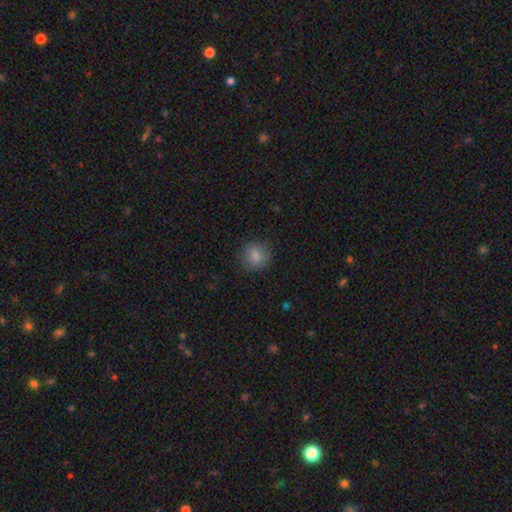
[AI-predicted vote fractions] Smooth or featured?
  - smooth: 85% *
  - star or artifact: 9%
  - featured or disk: 6%
How rounded?
  - round: 87% *
  - in between: 12%
  - cigar-shaped: 1%
Merging?
  - none: 84% *
  - minor disturbance: 11%
  - major disturbance: 3%
  - merger: 1%